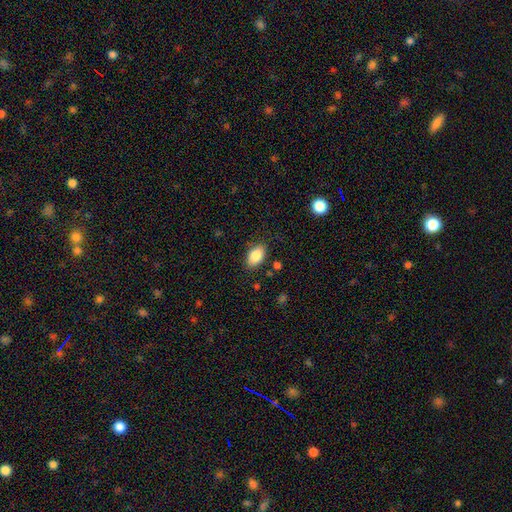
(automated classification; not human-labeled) A smooth galaxy with no disk features (86%) that is in between round and cigar-shaped (90%). Merging: none (83%).